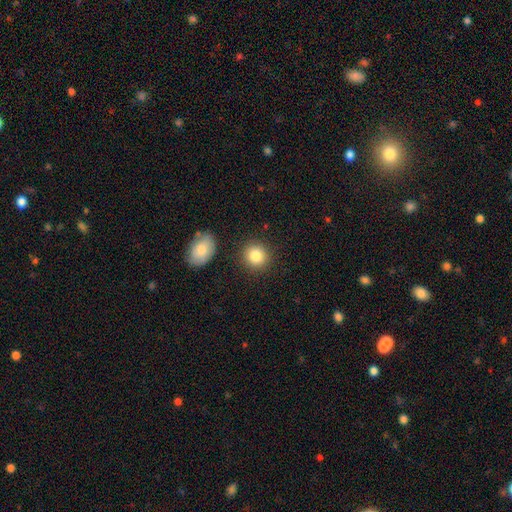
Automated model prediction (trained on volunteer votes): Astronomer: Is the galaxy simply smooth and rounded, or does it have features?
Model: smooth — 85%.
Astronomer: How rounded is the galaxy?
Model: round — 87%.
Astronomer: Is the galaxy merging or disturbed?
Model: none — 86%.